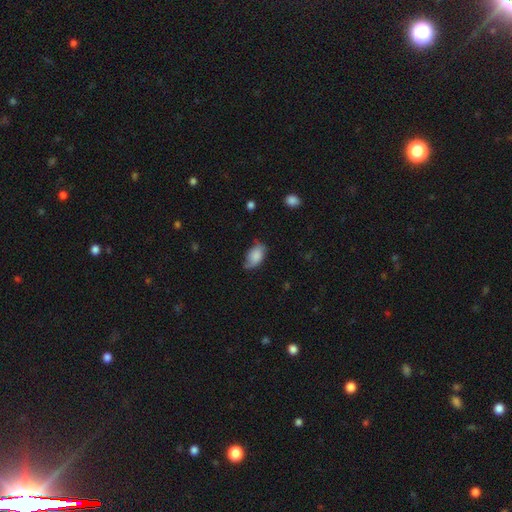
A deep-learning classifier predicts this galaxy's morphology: This appears to be a smooth galaxy with no disk features (75%) that is in between round and cigar-shaped (92%). Merging: none (55%).